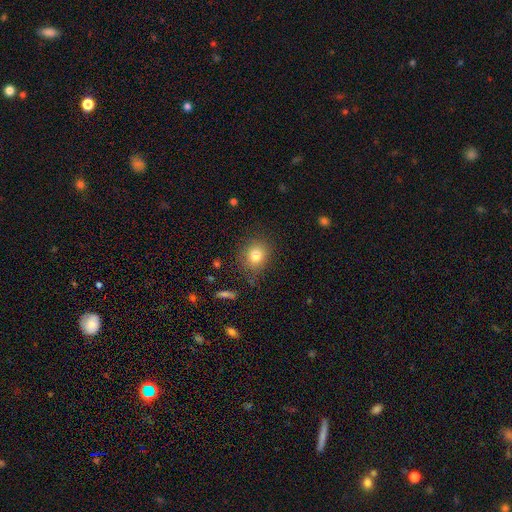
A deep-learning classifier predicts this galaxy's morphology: Smooth or featured: smooth — 79% (star or artifact — 12%)
How rounded: round — 74% (in between — 25%)
Merging: none — 82% (minor disturbance — 13%)